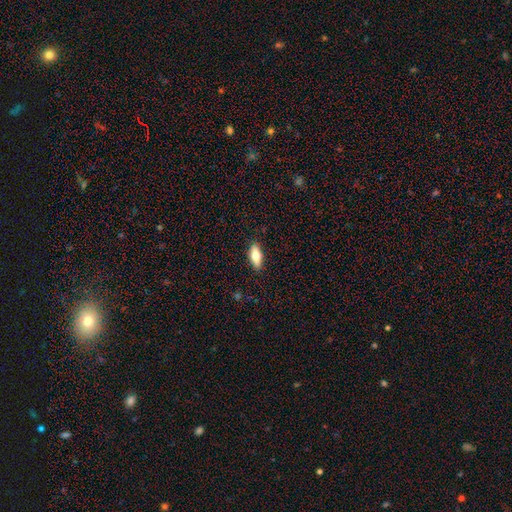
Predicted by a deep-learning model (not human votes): Smooth or featured? smooth (70%)
How rounded? in between (76%)
Merging? none (88%)